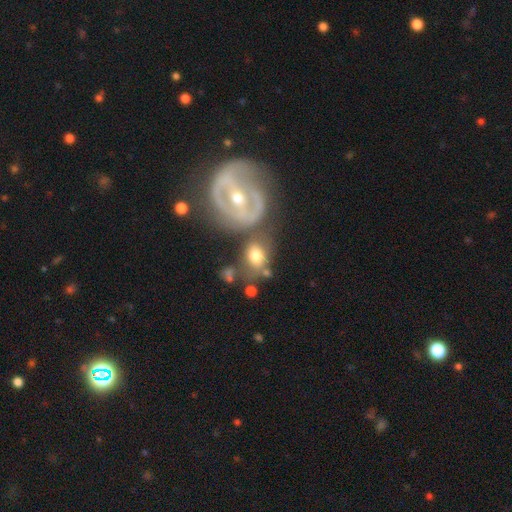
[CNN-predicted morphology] This appears to be a smooth galaxy with no disk features (59%) that is in between round and cigar-shaped (60%). Merging: none (47%).